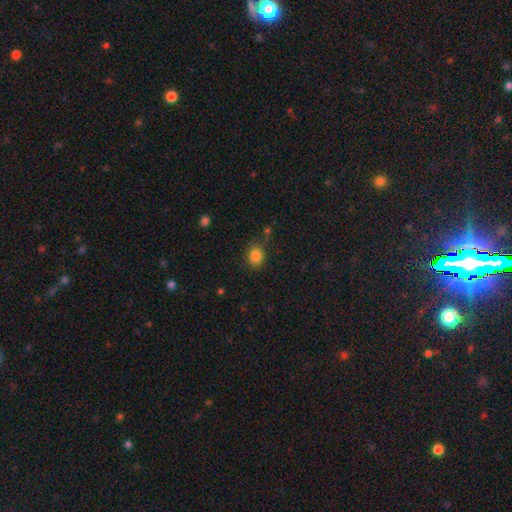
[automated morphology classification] A smooth galaxy with no disk features (84%) that is round (54%). Merging: none (78%).